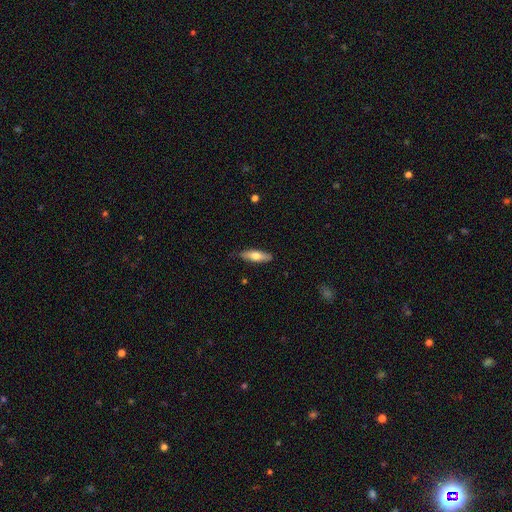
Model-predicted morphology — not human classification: Smooth or featured: smooth — 66% (featured or disk — 28%)
How rounded: in between — 49% (tied with cigar-shaped — 49%)
Merging: none — 84% (minor disturbance — 13%)